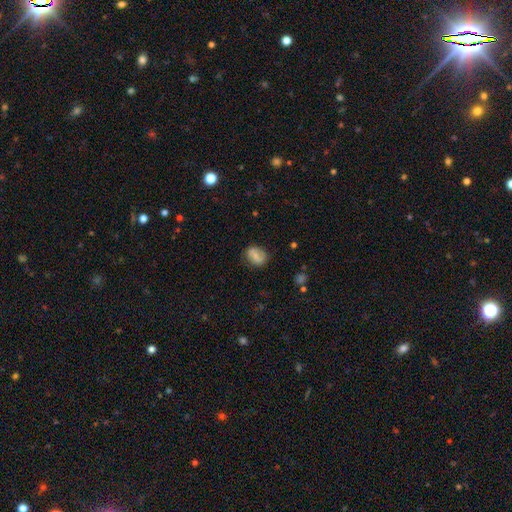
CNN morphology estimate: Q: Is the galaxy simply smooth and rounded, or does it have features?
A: smooth — 68%.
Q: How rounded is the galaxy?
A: in between — 62%.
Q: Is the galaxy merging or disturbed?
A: none — 75%.